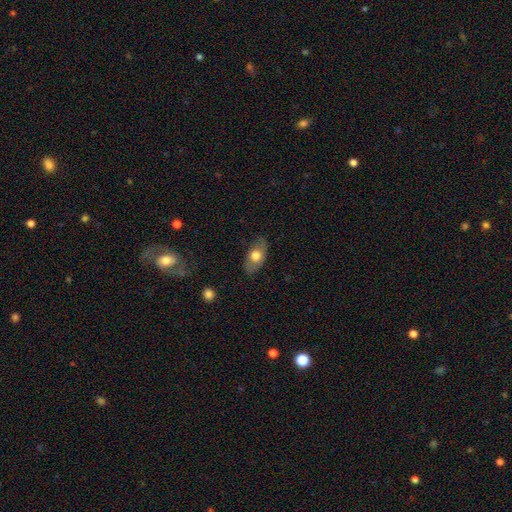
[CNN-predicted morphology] smooth-or-featured: smooth: 63% | featured or disk: 31% | star or artifact: 7%
  how-rounded: in between: 87% | round: 10% | cigar-shaped: 3%
  merging: none: 78% | minor disturbance: 17% | major disturbance: 4% | merger: 1%